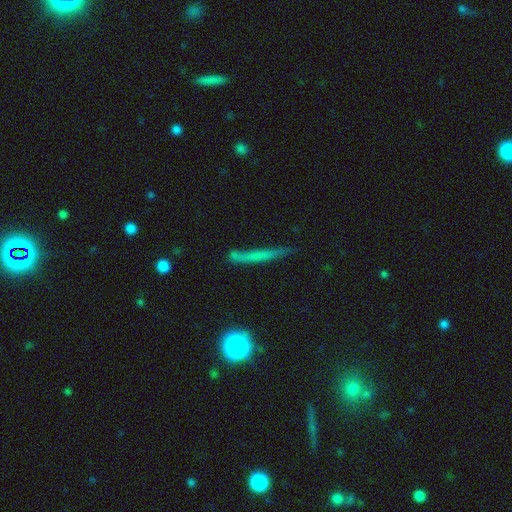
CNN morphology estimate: Q: Smooth or featured?
A: smooth (52%); runner-up: featured or disk (33%)
Q: How rounded?
A: cigar-shaped (91%); runner-up: in between (5%)
Q: Merging?
A: none (72%); runner-up: minor disturbance (18%)